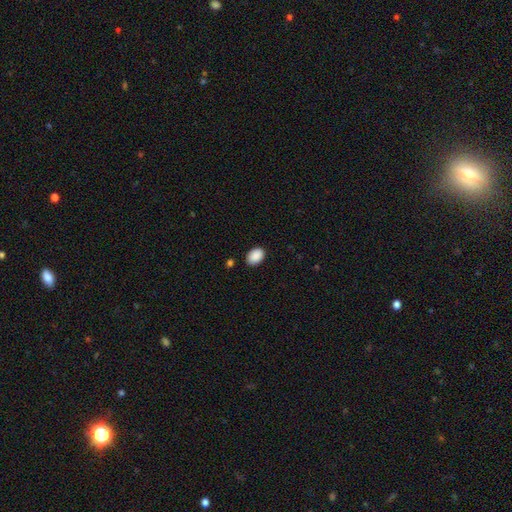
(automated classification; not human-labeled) smooth 90%, star or artifact 7%, featured or disk 3%. Down the decision tree: how rounded — in between (84%); merging — none (86%).